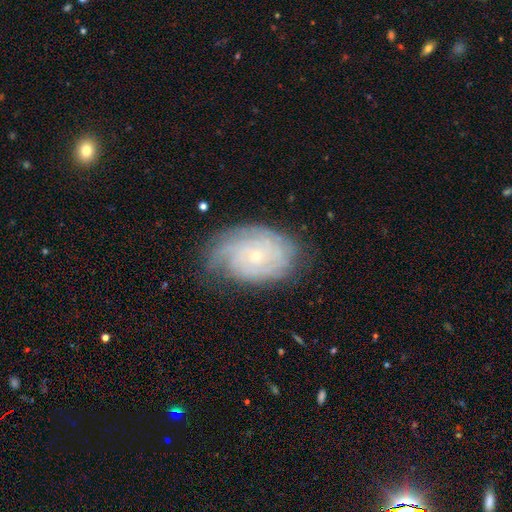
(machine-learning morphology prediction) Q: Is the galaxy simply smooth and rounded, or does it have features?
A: featured or disk — 74%.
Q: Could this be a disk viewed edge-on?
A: no — 95%.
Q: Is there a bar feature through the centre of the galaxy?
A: no — 82%.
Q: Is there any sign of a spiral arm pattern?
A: yes — 92%.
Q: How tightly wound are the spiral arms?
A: tight — 73%.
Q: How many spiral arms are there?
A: can't tell — 48%.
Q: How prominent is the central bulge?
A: small — 80%.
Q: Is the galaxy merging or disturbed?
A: none — 70%.